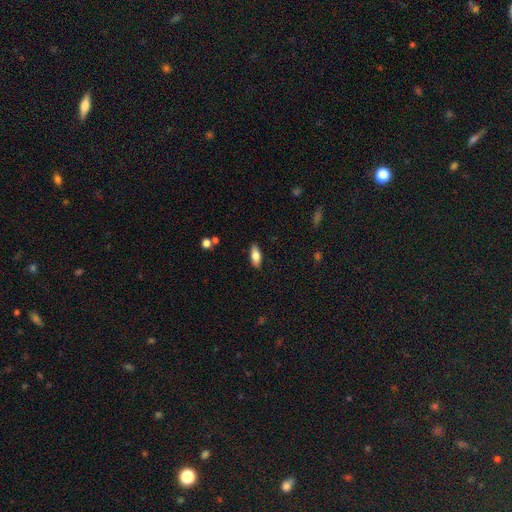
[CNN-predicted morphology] The model was most divided on "smooth or featured": smooth: 75%, featured or disk: 19%, star or artifact: 7%. More confident: merging — none (87%); how rounded — in between (81%).